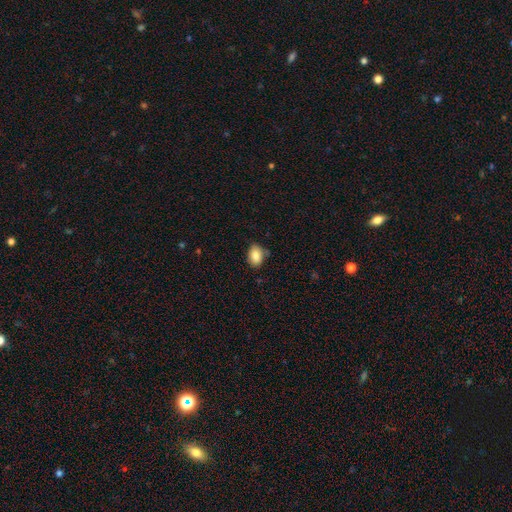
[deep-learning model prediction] smooth-or-featured: smooth: 86% | star or artifact: 8% | featured or disk: 6%
  how-rounded: in between: 82% | round: 17% | cigar-shaped: 1%
  merging: none: 74% | minor disturbance: 18% | merger: 4% | major disturbance: 4%